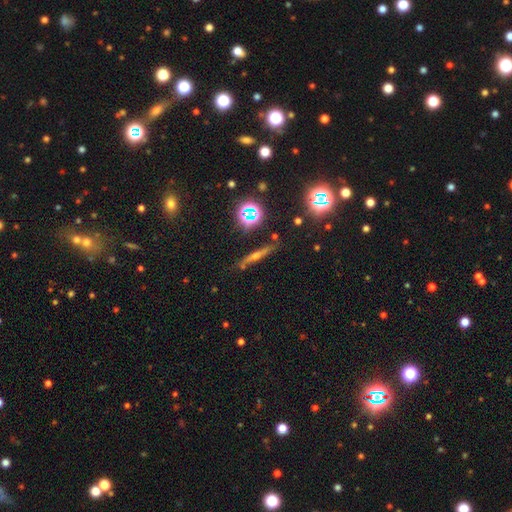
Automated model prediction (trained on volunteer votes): smooth_or_featured: featured or disk (p=0.53) [alt: smooth p=0.25]
disk_edge_on: yes (p=0.93) [alt: no p=0.07]
merging: none (p=0.84) [alt: minor disturbance p=0.11]